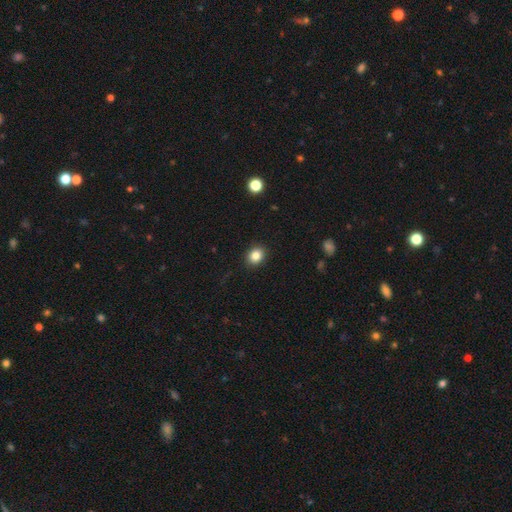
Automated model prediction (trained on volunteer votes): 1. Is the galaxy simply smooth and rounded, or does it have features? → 85% smooth, 10% star or artifact, 5% featured or disk.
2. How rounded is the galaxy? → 62% round, 37% in between, 1% cigar-shaped.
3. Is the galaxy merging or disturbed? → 91% none, 7% minor disturbance, 2% major disturbance, 1% merger.